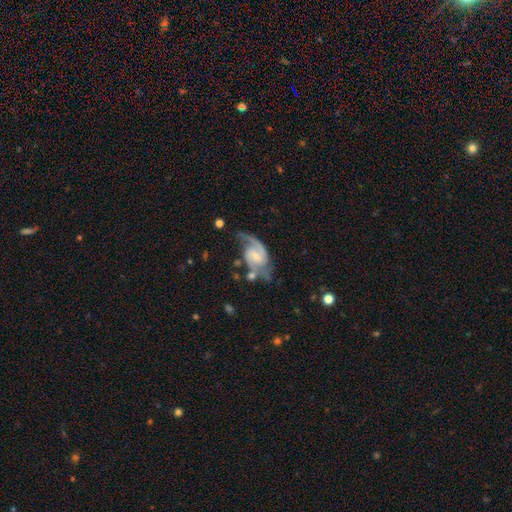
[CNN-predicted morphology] A featured or disk galaxy (87%) with a weak bar (50%), 2 (84%) medium (51%) spiral arms (97%) and a small central bulge (55%).

Vote fractions:
- Smooth or featured? featured or disk: 87% / smooth: 8% / star or artifact: 5%
- Edge-on disk? no: 97% / yes: 3%
- Bar? weak: 50% / no: 34% / strong: 15%
- Spiral arms? yes: 97% / no: 3%
- Spiral winding? medium: 51% / loose: 33% / tight: 16%
- Spiral arm count? 2: 84% / 1: 9% / can't tell: 3% / 3: 2% / 4: 1% / more than 4: 1%
- Bulge size? small: 55% / moderate: 26% / none: 15% / large: 3% / dominant: 1%
- Merging? none: 56% / minor disturbance: 21% / major disturbance: 16% / merger: 8%